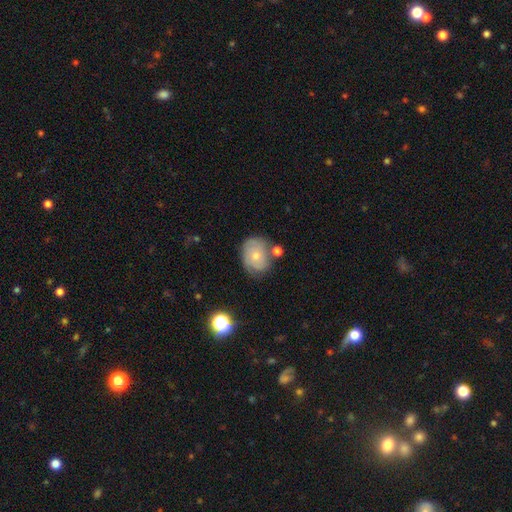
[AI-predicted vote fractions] A smooth galaxy with no disk features (60%) that is round (51%).

Vote fractions:
- Smooth or featured? smooth: 60% / featured or disk: 31% / star or artifact: 9%
- How rounded? round: 51% / in between: 48% / cigar-shaped: 1%
- Merging? none: 57% / minor disturbance: 23% / merger: 12% / major disturbance: 7%